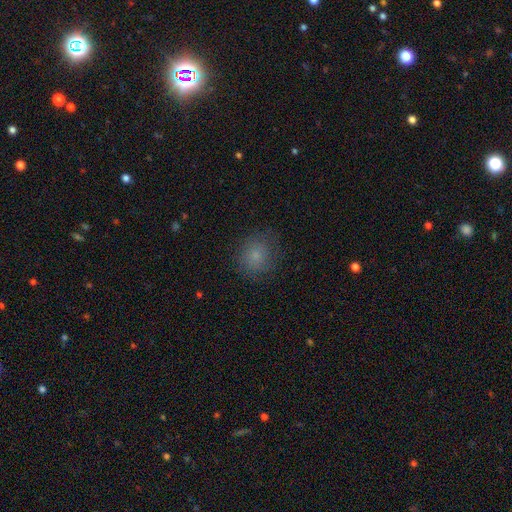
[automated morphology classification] Q: Smooth or featured?
A: smooth (78%); runner-up: star or artifact (13%)
Q: How rounded?
A: round (81%); runner-up: in between (18%)
Q: Merging?
A: none (78%); runner-up: minor disturbance (15%)